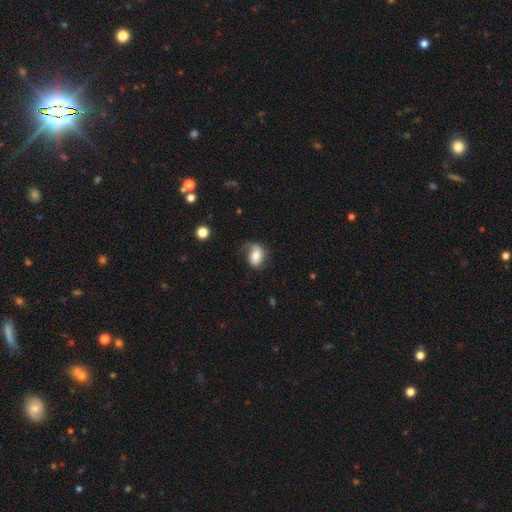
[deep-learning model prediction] Smooth or featured? smooth (62%)
How rounded? in between (82%)
Merging? none (42%)